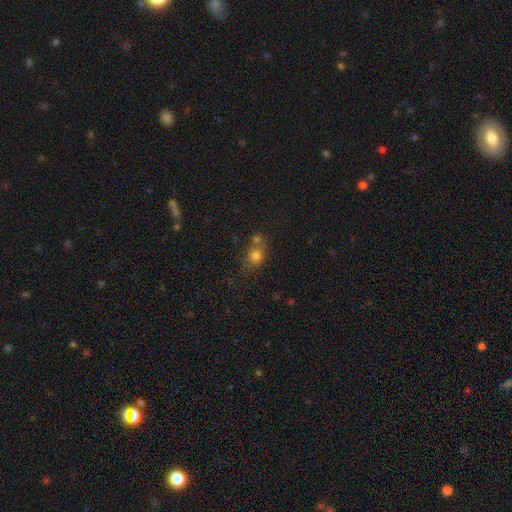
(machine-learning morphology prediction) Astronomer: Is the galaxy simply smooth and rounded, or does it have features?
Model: smooth — 73%.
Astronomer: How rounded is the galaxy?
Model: round — 68%.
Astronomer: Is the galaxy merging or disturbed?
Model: none — 46% (runner-up: merger, 33%).